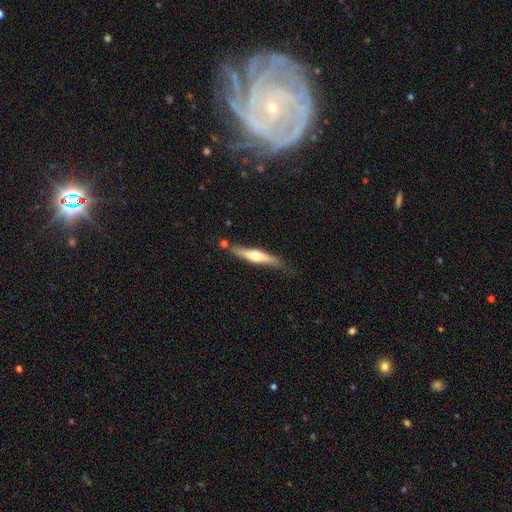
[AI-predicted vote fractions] Smooth or featured? Predicted: featured or disk (p=0.56). Edge-on disk? Predicted: yes (p=0.92). Edge-on bulge? Predicted: rounded (p=0.92). Merging? Predicted: none (p=0.72).